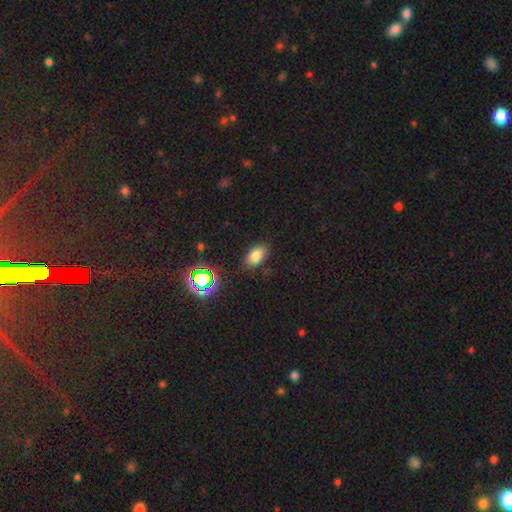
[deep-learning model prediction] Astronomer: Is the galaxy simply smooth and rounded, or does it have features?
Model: smooth — 78%.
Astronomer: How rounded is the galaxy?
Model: in between — 90%.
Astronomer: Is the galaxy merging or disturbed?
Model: none — 85%.